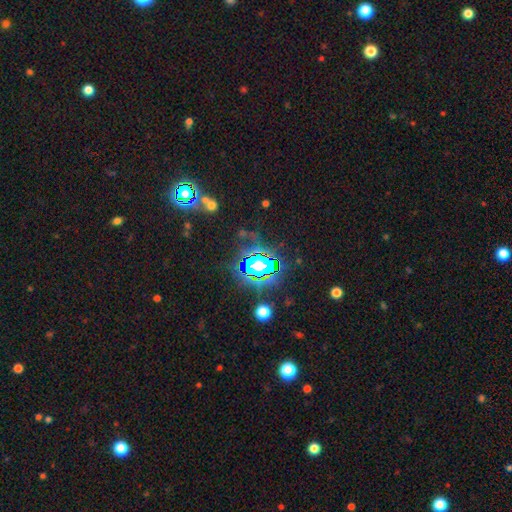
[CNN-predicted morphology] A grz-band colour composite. It shows a star or artifact, not a galaxy (82%).